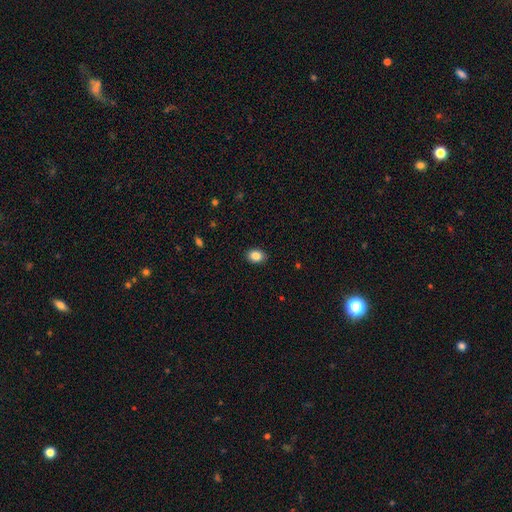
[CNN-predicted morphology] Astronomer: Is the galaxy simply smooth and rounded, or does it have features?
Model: smooth — 87%.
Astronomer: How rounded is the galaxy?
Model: in between — 67%.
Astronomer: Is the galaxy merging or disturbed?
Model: none — 89%.